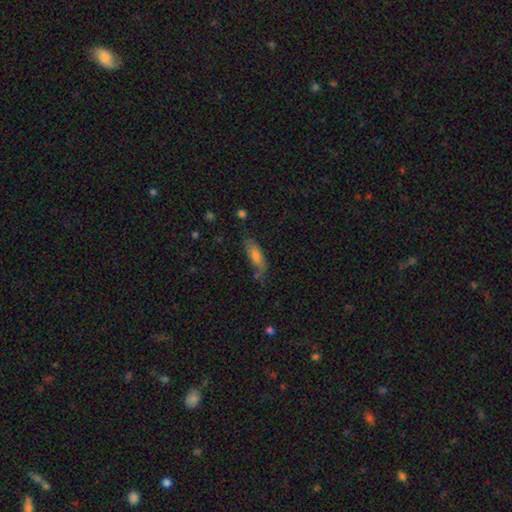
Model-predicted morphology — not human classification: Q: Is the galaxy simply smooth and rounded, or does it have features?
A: smooth — 71%.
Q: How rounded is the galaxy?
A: in between — 52%.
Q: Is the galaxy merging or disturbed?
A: none — 62%.